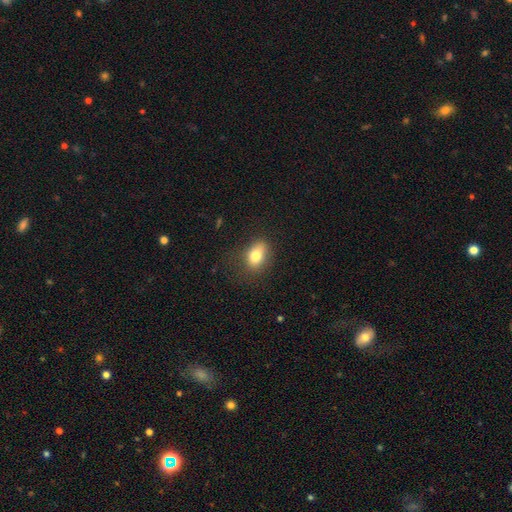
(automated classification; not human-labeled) Smooth or featured?
  - smooth: 78% *
  - featured or disk: 11%
  - star or artifact: 10%
How rounded?
  - in between: 75% *
  - round: 23%
  - cigar-shaped: 2%
Merging?
  - none: 73% *
  - minor disturbance: 19%
  - major disturbance: 7%
  - merger: 1%